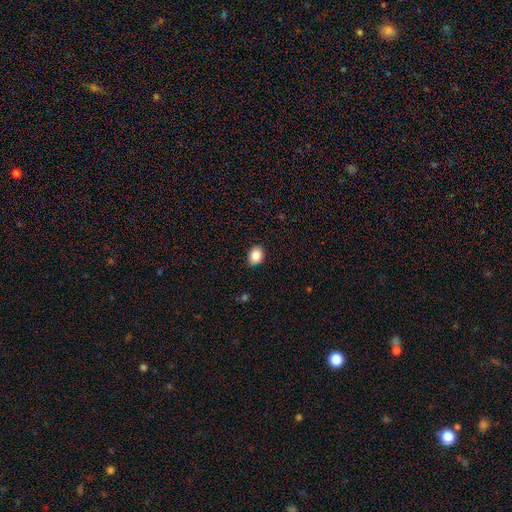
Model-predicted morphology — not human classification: smooth_or_featured: smooth (p=0.87) [alt: star or artifact p=0.08]
how_rounded: in between (p=0.62) [alt: round p=0.37]
merging: none (p=0.87) [alt: minor disturbance p=0.10]